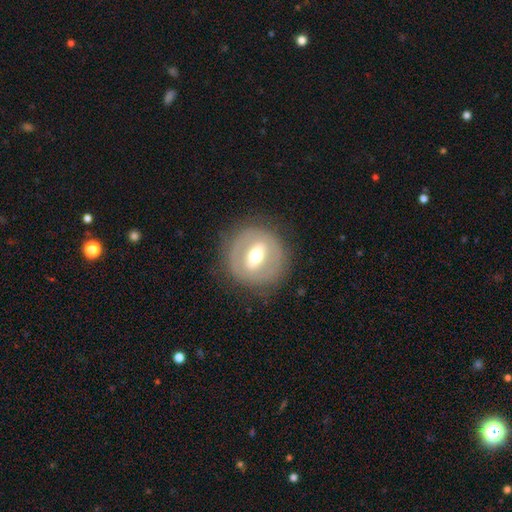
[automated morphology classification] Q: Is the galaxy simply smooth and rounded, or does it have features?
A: featured or disk — 58%.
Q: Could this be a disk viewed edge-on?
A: no — 88%.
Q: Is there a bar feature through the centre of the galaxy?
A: strong — 48%.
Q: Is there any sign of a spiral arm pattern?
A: no — 82%.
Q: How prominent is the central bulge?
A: moderate — 69%.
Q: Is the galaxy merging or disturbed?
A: none — 80%.